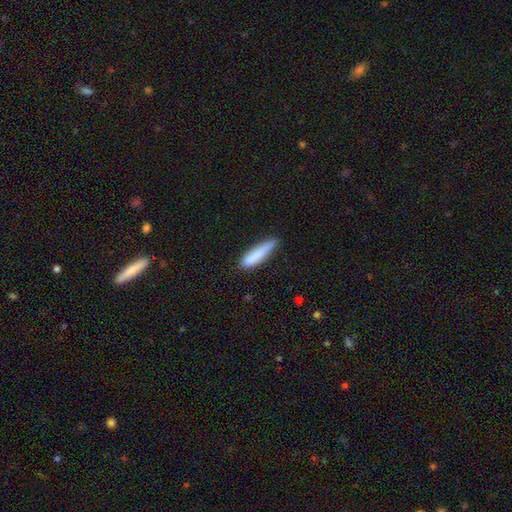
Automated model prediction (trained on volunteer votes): This appears to be a smooth galaxy with no disk features (81%) that is cigar-shaped (82%). Merging: none (69%).